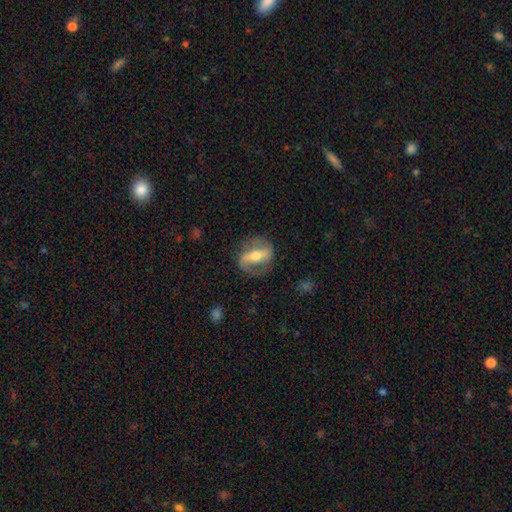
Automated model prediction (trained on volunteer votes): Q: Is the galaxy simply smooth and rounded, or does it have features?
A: featured or disk — 72%.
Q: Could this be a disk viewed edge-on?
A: no — 88%.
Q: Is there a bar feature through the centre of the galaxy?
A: strong — 64%.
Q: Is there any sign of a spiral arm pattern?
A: yes — 71%.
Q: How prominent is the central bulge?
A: moderate — 64%.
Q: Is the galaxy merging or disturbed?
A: none — 76%.